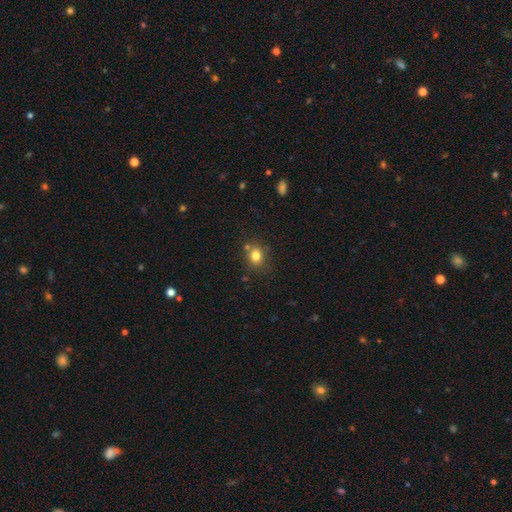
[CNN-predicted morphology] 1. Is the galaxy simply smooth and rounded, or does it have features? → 80% smooth, 12% star or artifact, 8% featured or disk.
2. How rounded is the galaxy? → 66% round, 33% in between, 1% cigar-shaped.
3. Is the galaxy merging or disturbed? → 69% none, 14% minor disturbance, 13% merger, 4% major disturbance.